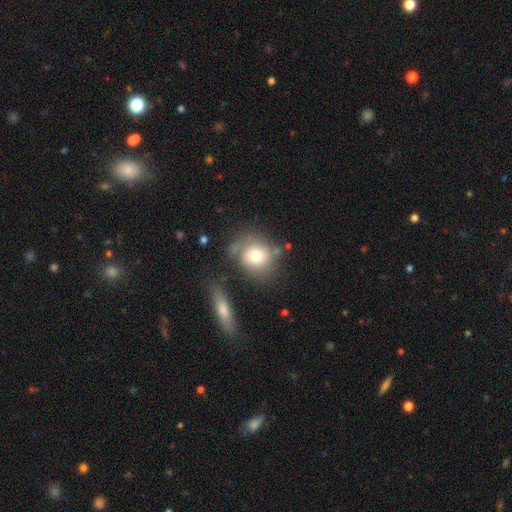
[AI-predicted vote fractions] Q: Smooth or featured?
A: smooth (74%); runner-up: featured or disk (18%)
Q: How rounded?
A: round (72%); runner-up: in between (26%)
Q: Merging?
A: none (60%); runner-up: minor disturbance (18%)